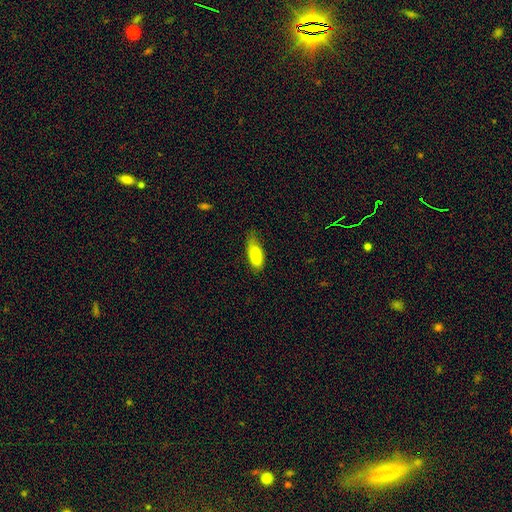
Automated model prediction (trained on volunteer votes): smooth 84%, featured or disk 9%, star or artifact 6%. Down the decision tree: how rounded — in between (84%); merging — none (48%).